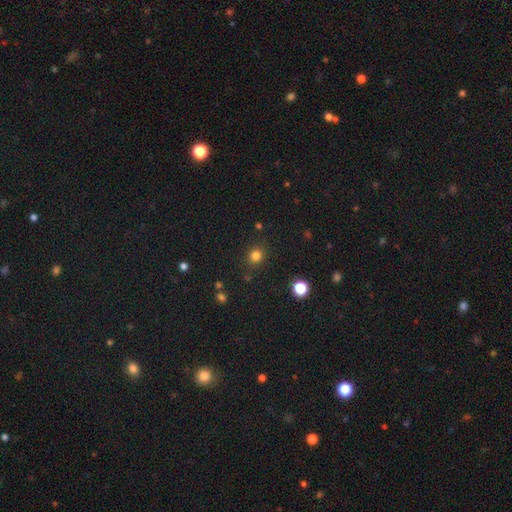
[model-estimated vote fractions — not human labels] smooth_or_featured: smooth (p=0.80) [alt: star or artifact p=0.15]
how_rounded: round (p=0.85) [alt: in between p=0.14]
merging: none (p=0.87) [alt: minor disturbance p=0.08]